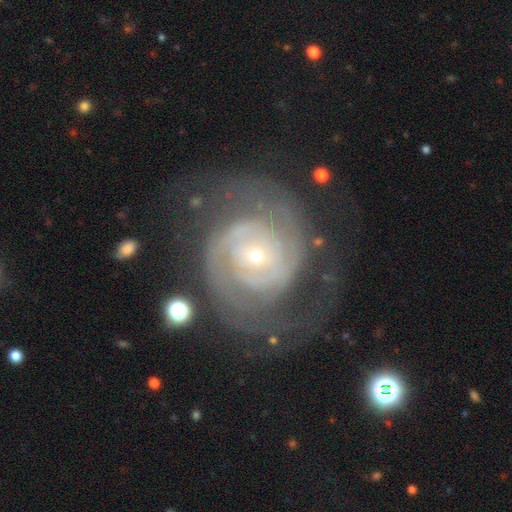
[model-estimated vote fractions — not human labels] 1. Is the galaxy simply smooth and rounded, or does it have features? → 89% featured or disk, 6% smooth, 5% star or artifact.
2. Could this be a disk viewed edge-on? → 97% no, 3% yes.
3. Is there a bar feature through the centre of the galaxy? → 65% no, 25% weak, 10% strong.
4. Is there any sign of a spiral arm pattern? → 96% yes, 4% no.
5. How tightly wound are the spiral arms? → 63% tight, 30% medium, 7% loose.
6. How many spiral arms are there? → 65% 2, 14% can't tell, 10% 3, 4% 4, 4% 1, 4% more than 4.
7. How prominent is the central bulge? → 78% small, 18% moderate, 2% large, 1% dominant, 1% none.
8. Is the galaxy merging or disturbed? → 66% none, 17% minor disturbance, 15% major disturbance, 2% merger.